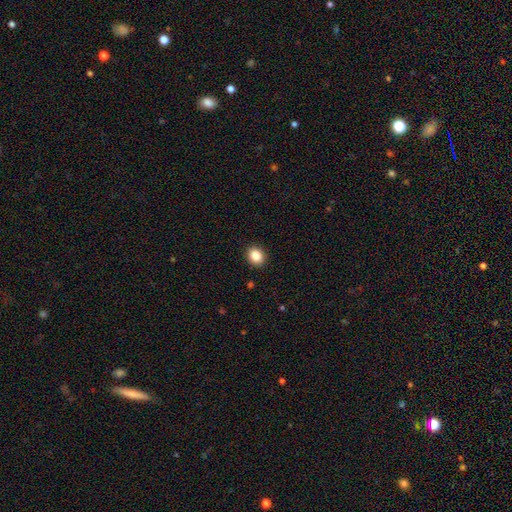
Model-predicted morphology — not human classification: The model was most divided on "how rounded": round: 60%, in between: 39%, cigar-shaped: 1%. More confident: merging — none (91%); smooth or featured — smooth (86%).